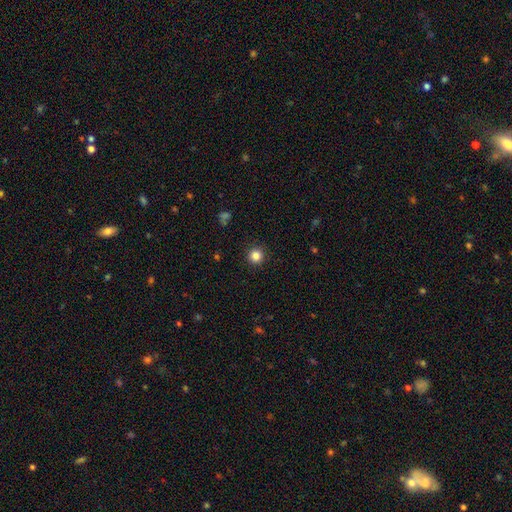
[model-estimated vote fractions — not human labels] Smooth or featured: smooth — 84% (star or artifact — 11%)
How rounded: round — 95% (in between — 4%)
Merging: none — 92% (minor disturbance — 5%)